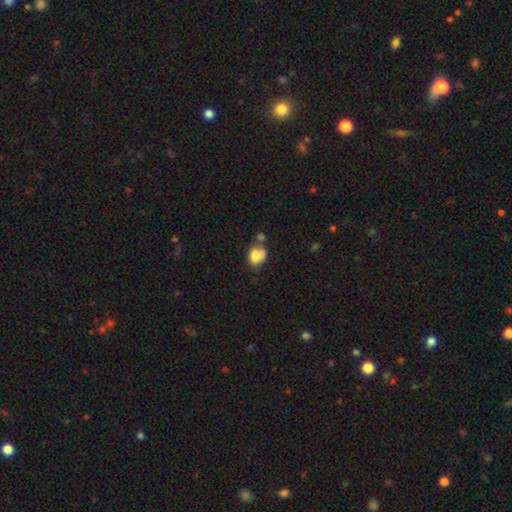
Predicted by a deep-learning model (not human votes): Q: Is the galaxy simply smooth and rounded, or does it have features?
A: smooth — 72%.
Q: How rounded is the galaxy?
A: in between — 63%.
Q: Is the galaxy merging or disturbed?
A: merger — 41%.